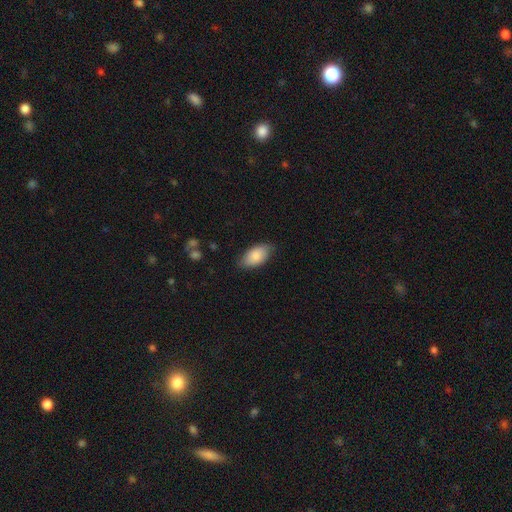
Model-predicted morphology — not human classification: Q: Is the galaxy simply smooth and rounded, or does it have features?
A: smooth — 84%.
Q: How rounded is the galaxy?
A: in between — 94%.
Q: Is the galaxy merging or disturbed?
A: none — 77%.